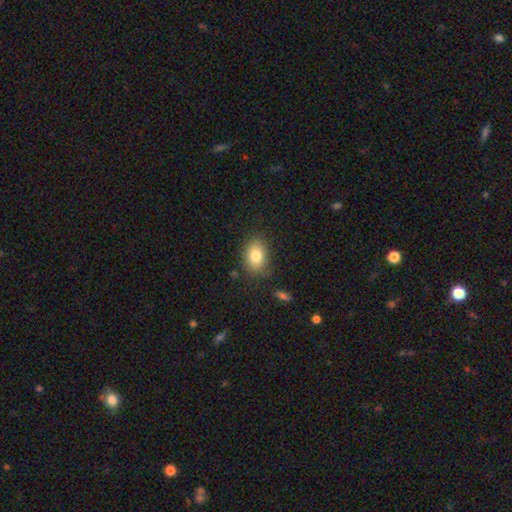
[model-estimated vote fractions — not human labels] Smooth or featured?
  - smooth: 80% *
  - featured or disk: 10%
  - star or artifact: 9%
How rounded?
  - in between: 72% *
  - round: 27%
  - cigar-shaped: 1%
Merging?
  - none: 81% *
  - minor disturbance: 13%
  - major disturbance: 3%
  - merger: 2%